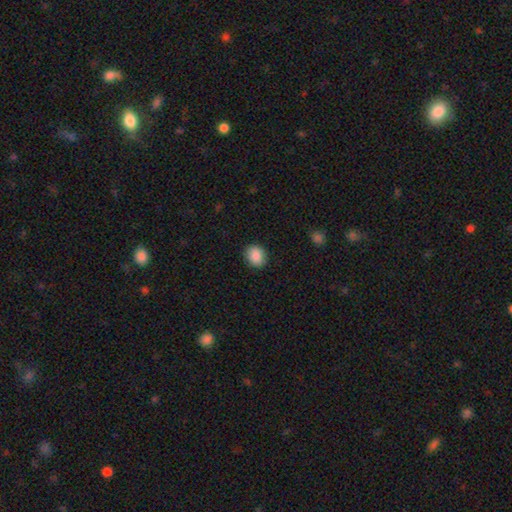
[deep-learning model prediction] Morphology: type=smooth (89%); roundness=round (54%); merging=none (88%).